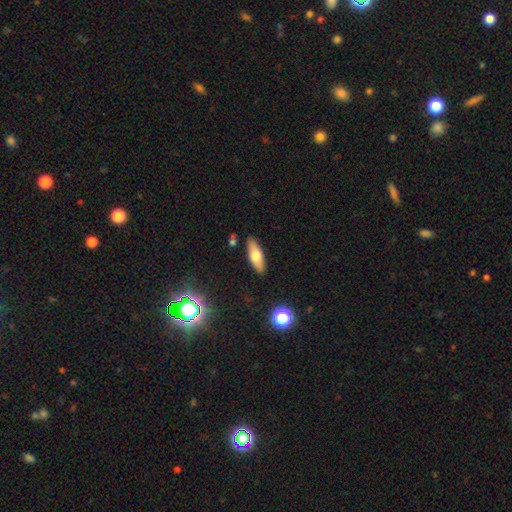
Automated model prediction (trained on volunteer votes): smooth-or-featured: smooth: 66% | featured or disk: 26% | star or artifact: 8%
  how-rounded: in between: 67% | cigar-shaped: 30% | round: 3%
  merging: none: 86% | minor disturbance: 10% | merger: 2% | major disturbance: 2%